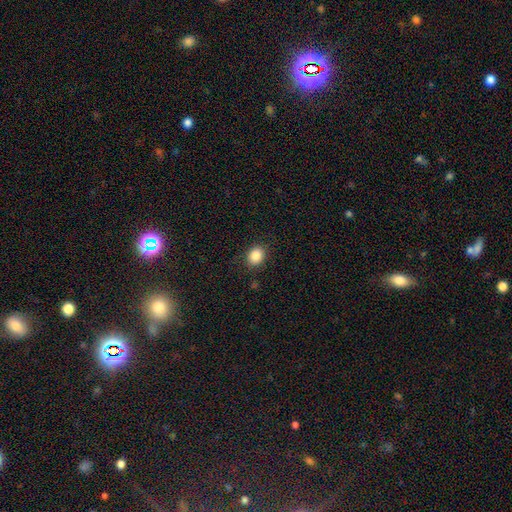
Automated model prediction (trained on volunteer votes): smooth_or_featured: smooth (p=0.86) [alt: star or artifact p=0.09]
how_rounded: in between (p=0.52) [alt: round p=0.47]
merging: none (p=0.87) [alt: minor disturbance p=0.09]